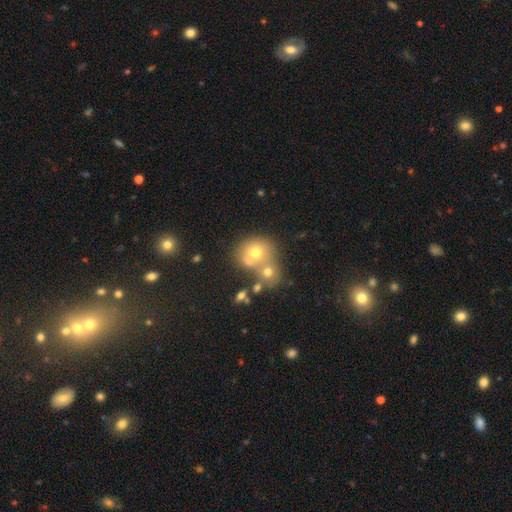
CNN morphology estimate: A smooth galaxy with no disk features (60%) that is round (79%). Merging: merger (44%).